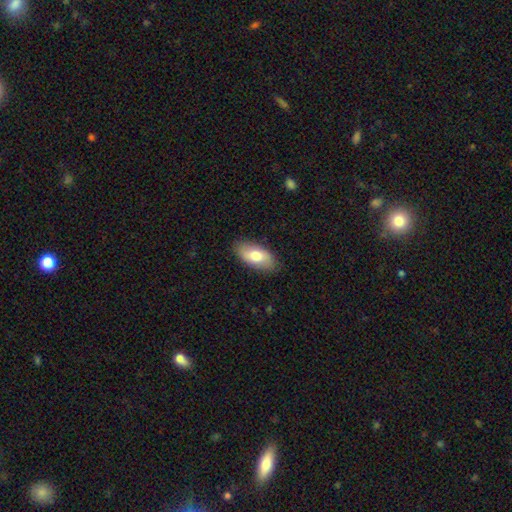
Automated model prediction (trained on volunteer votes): A smooth galaxy with no disk features (73%) that is in between round and cigar-shaped (92%). Merging: none (85%).